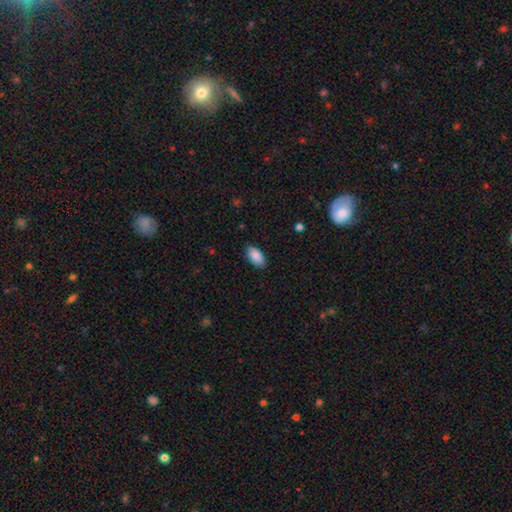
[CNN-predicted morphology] The model was most divided on "merging": none: 85%, minor disturbance: 12%, major disturbance: 2%, merger: 1%. More confident: how rounded — in between (94%); smooth or featured — smooth (89%).